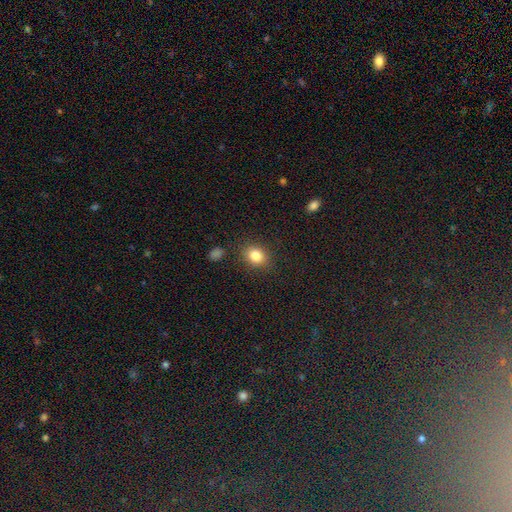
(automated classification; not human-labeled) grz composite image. It shows a smooth galaxy with no disk features (83%) that is round (53%). Merging: none (86%).